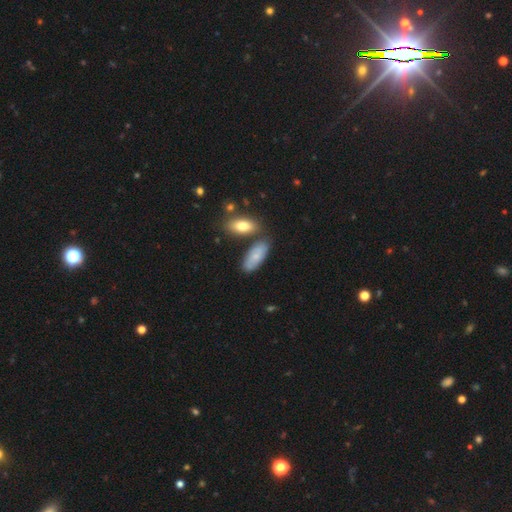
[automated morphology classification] Smooth or featured: smooth — 65% (featured or disk — 28%)
How rounded: in between — 84% (cigar-shaped — 13%)
Merging: none — 64% (minor disturbance — 18%)